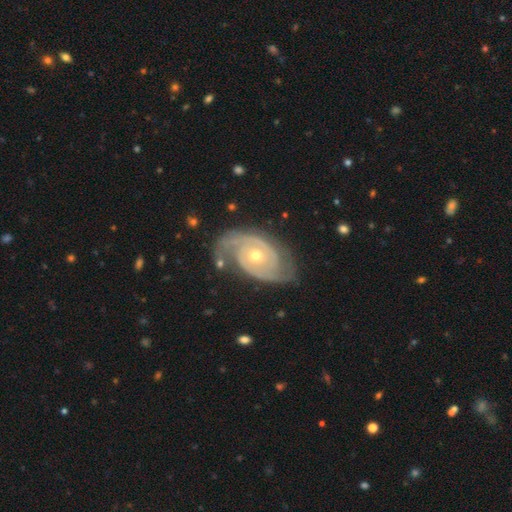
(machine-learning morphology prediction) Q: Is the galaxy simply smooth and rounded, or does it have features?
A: featured or disk — 90%.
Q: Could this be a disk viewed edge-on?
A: no — 97%.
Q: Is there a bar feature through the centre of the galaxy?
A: no — 75%.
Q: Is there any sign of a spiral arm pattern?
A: yes — 97%.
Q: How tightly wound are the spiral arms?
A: tight — 62%.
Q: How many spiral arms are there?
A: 2 — 82%.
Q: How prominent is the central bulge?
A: moderate — 49%.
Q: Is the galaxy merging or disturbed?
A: none — 73%.